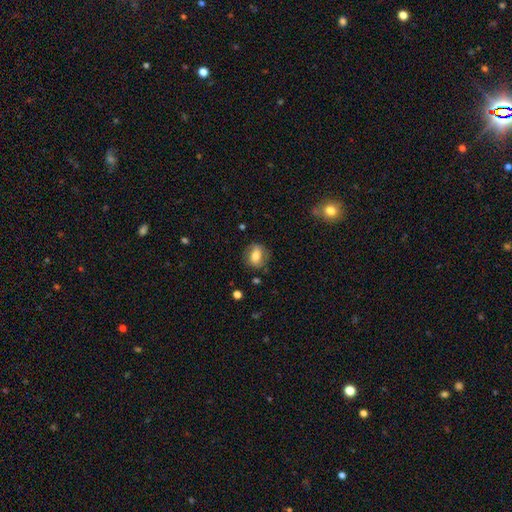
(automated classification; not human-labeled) smooth-or-featured: smooth: 66% | featured or disk: 26% | star or artifact: 8%
  how-rounded: in between: 58% | round: 40% | cigar-shaped: 2%
  merging: none: 73% | minor disturbance: 18% | major disturbance: 7% | merger: 2%